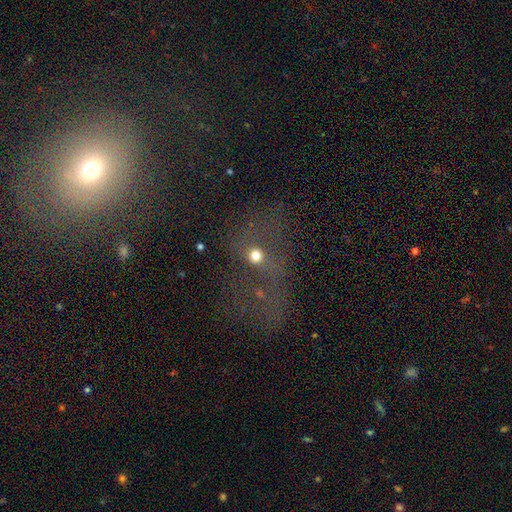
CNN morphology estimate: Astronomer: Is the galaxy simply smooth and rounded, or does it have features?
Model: smooth — 52% (runner-up: star or artifact, 27%).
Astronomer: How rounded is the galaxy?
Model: round — 70%.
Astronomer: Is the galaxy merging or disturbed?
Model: none — 44% (runner-up: major disturbance, 22%).